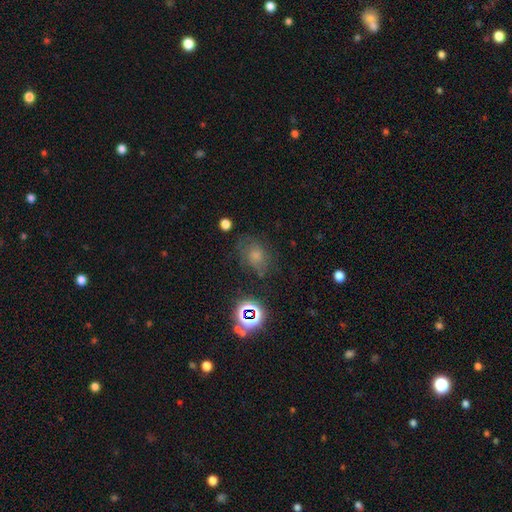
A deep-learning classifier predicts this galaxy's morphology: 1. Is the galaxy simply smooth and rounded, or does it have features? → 50% smooth, 28% star or artifact, 21% featured or disk.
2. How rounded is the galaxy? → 55% in between, 43% round, 2% cigar-shaped.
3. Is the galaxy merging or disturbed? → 61% none, 23% minor disturbance, 13% major disturbance, 3% merger.